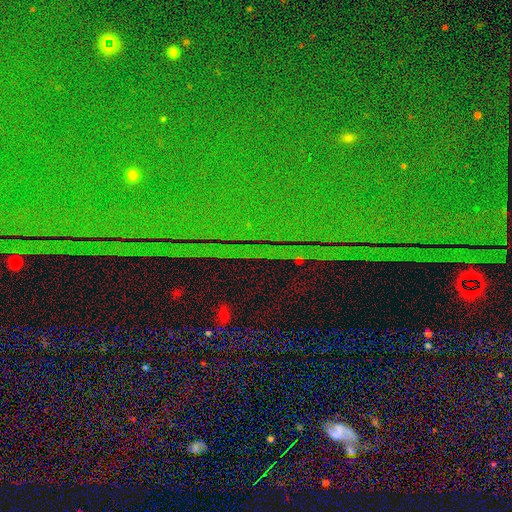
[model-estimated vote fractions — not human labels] A star or artifact, not a galaxy (88%).